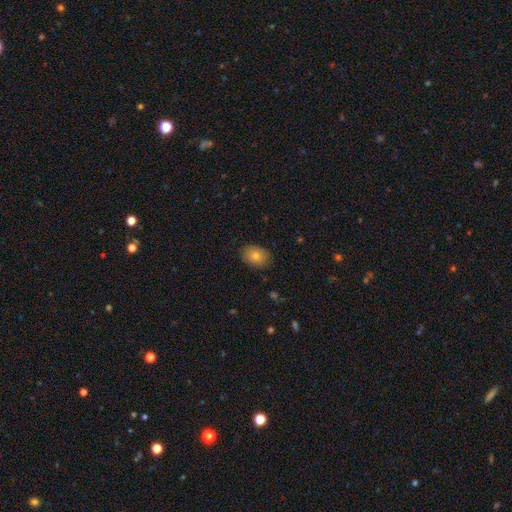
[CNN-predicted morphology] Smooth or featured? Predicted: smooth (p=0.78). How rounded? Predicted: in between (p=0.66). Merging? Predicted: none (p=0.87).